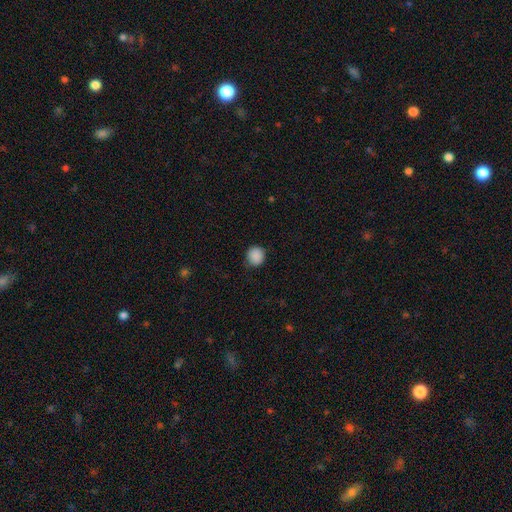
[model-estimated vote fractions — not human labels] smooth 89%, star or artifact 9%, featured or disk 3%. Down the decision tree: how rounded — round (87%); merging — none (83%).